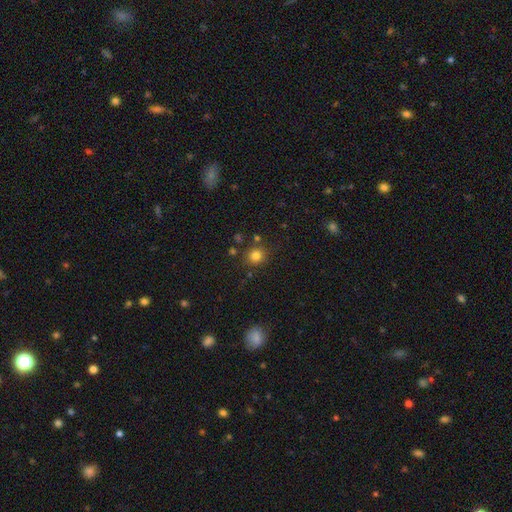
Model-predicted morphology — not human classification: type=smooth (81%); roundness=round (86%); merging=none (81%).